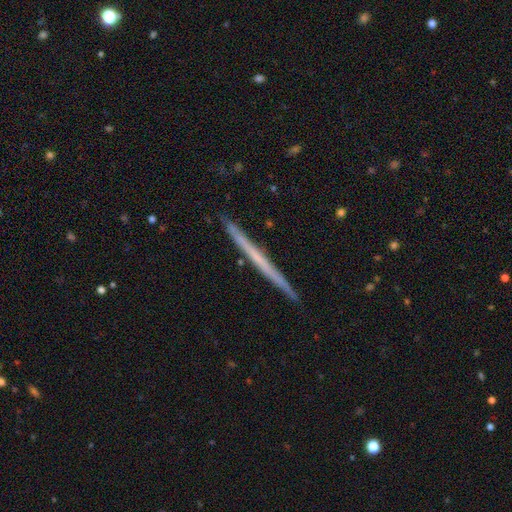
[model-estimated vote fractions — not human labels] Morphology: type=featured or disk (56%); edge-on=yes (98%); edge-on bulge=none (92%); merging=none (91%).